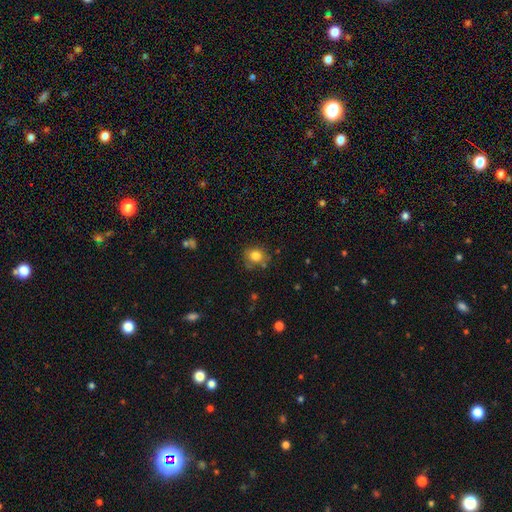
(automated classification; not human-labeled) This appears to be a smooth galaxy with no disk features (81%) that is round (78%). Merging: none (75%).